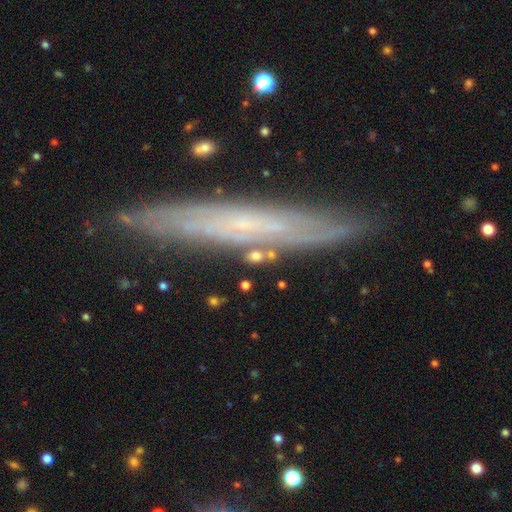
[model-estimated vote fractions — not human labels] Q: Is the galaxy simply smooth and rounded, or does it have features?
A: smooth — 55%.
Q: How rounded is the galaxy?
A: in between — 49%.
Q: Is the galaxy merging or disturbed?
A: none — 78%.